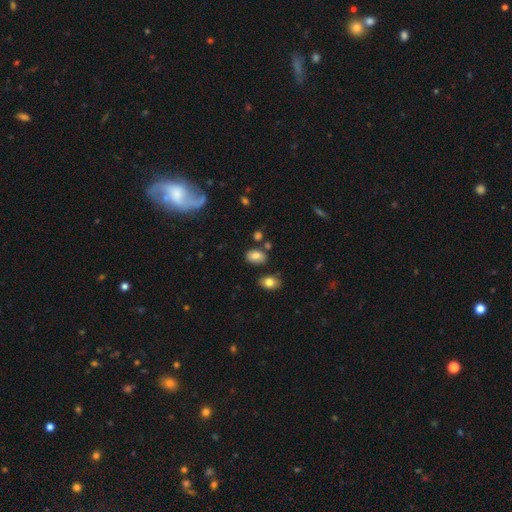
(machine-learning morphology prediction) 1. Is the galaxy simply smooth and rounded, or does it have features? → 77% smooth, 13% featured or disk, 10% star or artifact.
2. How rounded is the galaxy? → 81% in between, 18% round, 2% cigar-shaped.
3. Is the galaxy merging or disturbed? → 72% none, 15% minor disturbance, 8% merger, 4% major disturbance.